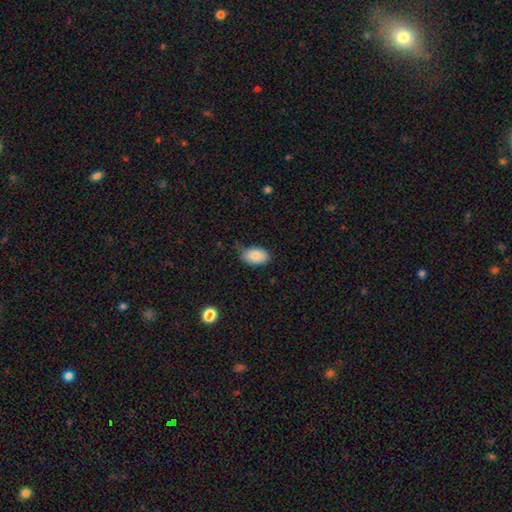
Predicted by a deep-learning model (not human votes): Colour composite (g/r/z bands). It shows a smooth galaxy with no disk features (88%) that is in between round and cigar-shaped (91%). Merging: none (64%).